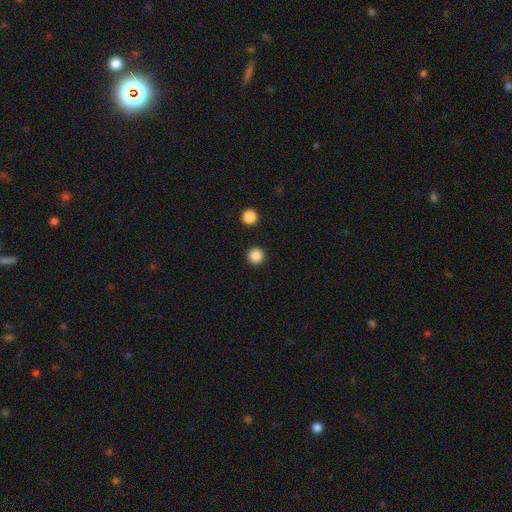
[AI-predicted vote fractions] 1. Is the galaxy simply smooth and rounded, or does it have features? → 86% smooth, 11% star or artifact, 3% featured or disk.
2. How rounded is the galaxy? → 97% round, 3% in between, 1% cigar-shaped.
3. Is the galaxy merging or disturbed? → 93% none, 4% minor disturbance, 2% major disturbance, 1% merger.